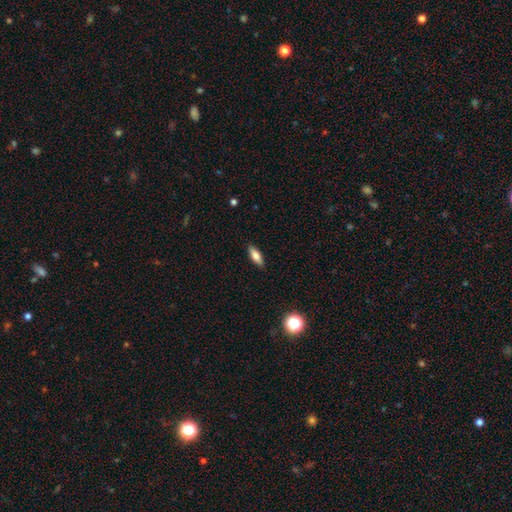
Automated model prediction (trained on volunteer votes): Smooth or featured? smooth (71%)
How rounded? in between (64%)
Merging? none (89%)